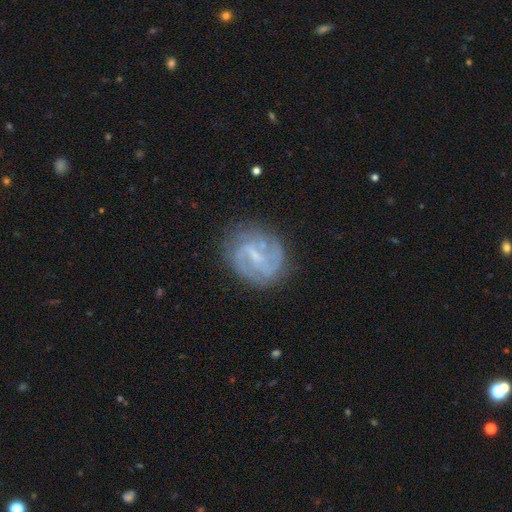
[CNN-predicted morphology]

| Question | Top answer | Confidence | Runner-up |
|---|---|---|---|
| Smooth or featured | featured or disk | 81% | smooth (12%) |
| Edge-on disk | no | 98% | yes (2%) |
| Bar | weak | 57% | strong (27%) |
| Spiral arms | yes | 91% | no (9%) |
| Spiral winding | medium | 44% | tight (32%) |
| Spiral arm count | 2 | 65% | can't tell (18%) |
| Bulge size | small | 59% | none (22%) |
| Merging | none | 77% | minor disturbance (15%) |